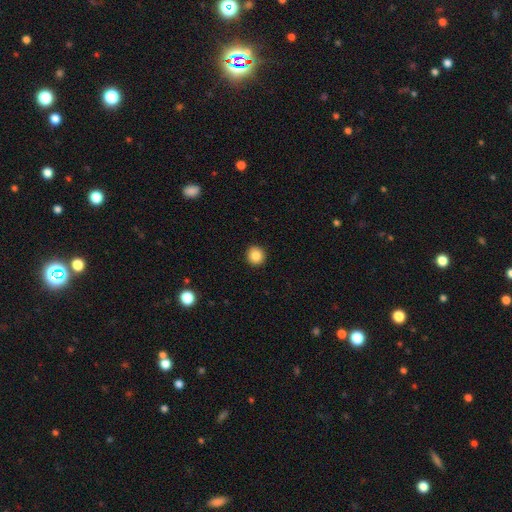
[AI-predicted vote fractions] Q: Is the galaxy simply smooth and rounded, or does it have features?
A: smooth — 86%.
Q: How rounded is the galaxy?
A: round — 93%.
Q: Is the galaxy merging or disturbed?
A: none — 92%.